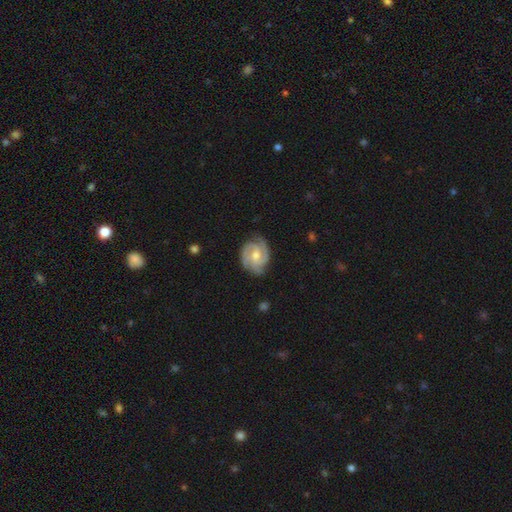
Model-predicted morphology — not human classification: Smooth or featured? Predicted: featured or disk (p=0.88). Edge-on disk? Predicted: no (p=0.98). Bar? Predicted: no (p=0.54). Spiral arms? Predicted: yes (p=0.98). Spiral winding? Predicted: tight (p=0.57). Spiral arm count? Predicted: 3 (p=0.53). Bulge size? Predicted: moderate (p=0.58). Merging? Predicted: none (p=0.77).